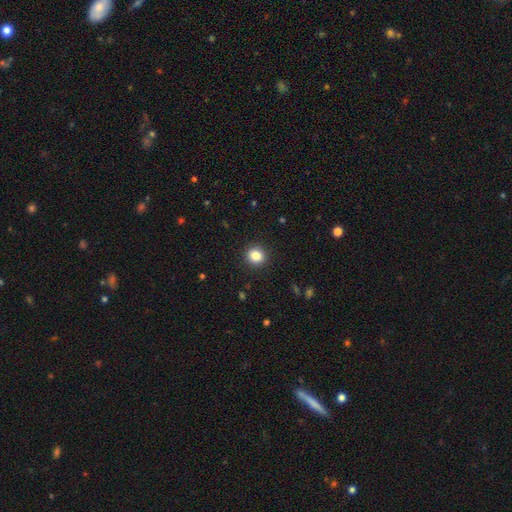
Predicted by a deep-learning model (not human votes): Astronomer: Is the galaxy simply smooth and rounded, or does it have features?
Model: smooth — 84%.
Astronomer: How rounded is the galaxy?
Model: round — 90%.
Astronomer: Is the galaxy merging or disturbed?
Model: none — 92%.